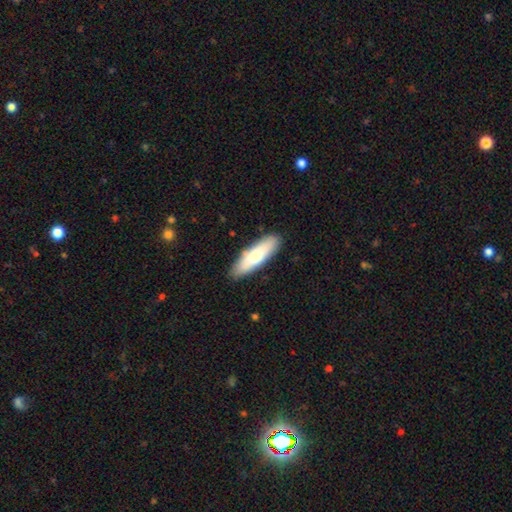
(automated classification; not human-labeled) smooth_or_featured: smooth (p=0.72) [alt: featured or disk p=0.23]
how_rounded: cigar-shaped (p=0.55) [alt: in between p=0.43]
merging: none (p=0.86) [alt: minor disturbance p=0.10]